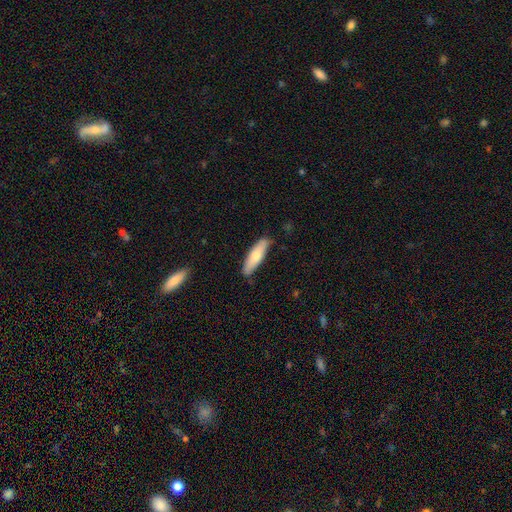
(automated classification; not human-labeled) smooth-or-featured: smooth: 70% | featured or disk: 24% | star or artifact: 5%
  how-rounded: cigar-shaped: 59% | in between: 39% | round: 2%
  merging: none: 82% | minor disturbance: 14% | major disturbance: 2% | merger: 2%